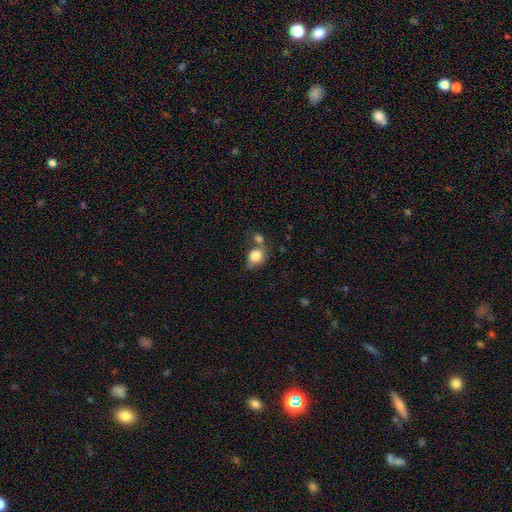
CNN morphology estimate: smooth_or_featured: smooth (p=0.82) [alt: featured or disk p=0.09]
how_rounded: round (p=0.53) [alt: in between p=0.46]
merging: none (p=0.43) [alt: merger p=0.33]